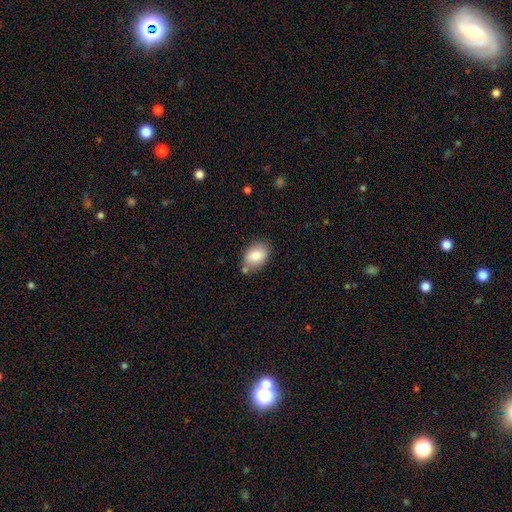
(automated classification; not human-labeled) A smooth galaxy with no disk features (81%) that is in between round and cigar-shaped (81%). Merging: none (73%).